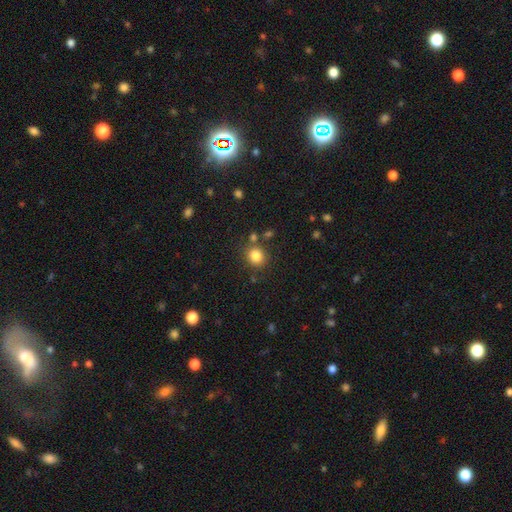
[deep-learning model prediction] Smooth or featured: smooth — 83% (star or artifact — 11%)
How rounded: round — 83% (in between — 16%)
Merging: none — 80% (minor disturbance — 9%)